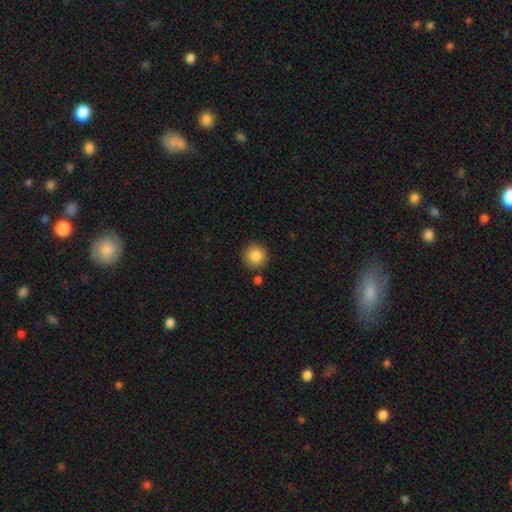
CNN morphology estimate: smooth-or-featured: smooth: 85% | star or artifact: 9% | featured or disk: 6%
  how-rounded: round: 95% | in between: 4% | cigar-shaped: 1%
  merging: none: 86% | minor disturbance: 7% | merger: 5% | major disturbance: 2%